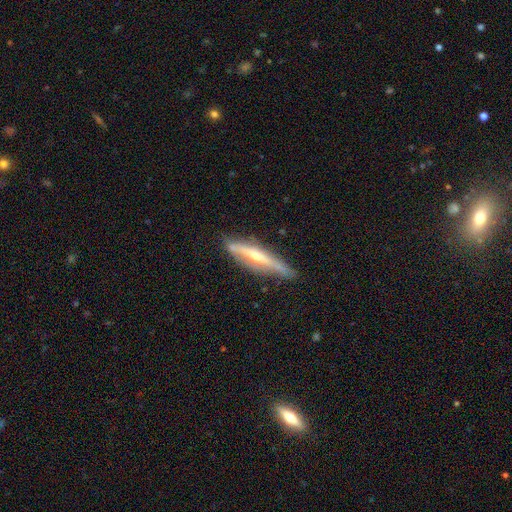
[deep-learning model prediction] Smooth or featured: featured or disk — 68% (smooth — 26%)
Edge-on disk: yes — 90% (no — 10%)
Edge-on bulge: rounded — 74% (none — 18%)
Merging: none — 74% (minor disturbance — 20%)